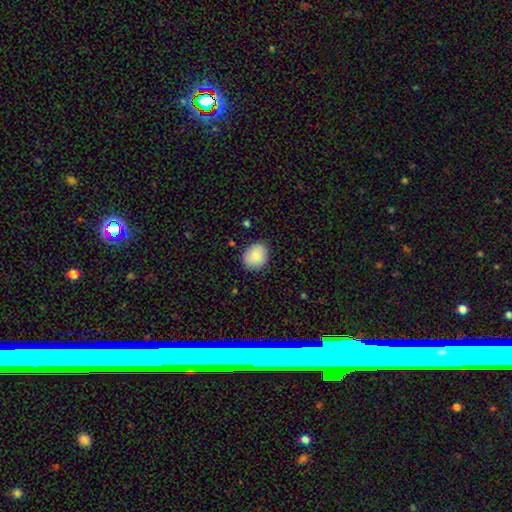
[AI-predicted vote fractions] smooth 86%, star or artifact 7%, featured or disk 7%. Down the decision tree: how rounded — round (60%); merging — none (85%).